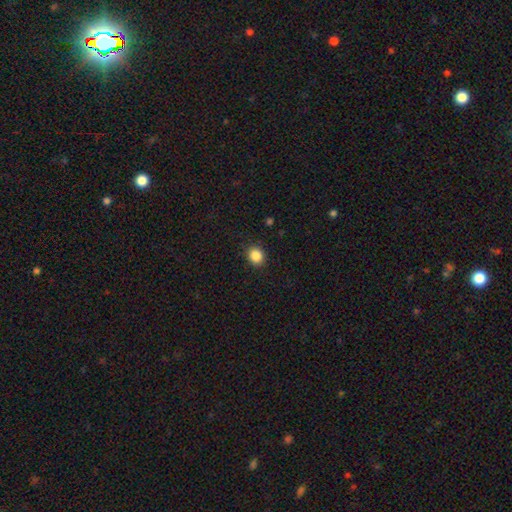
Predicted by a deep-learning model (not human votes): smooth_or_featured: smooth (p=0.86) [alt: star or artifact p=0.10]
how_rounded: round (p=0.74) [alt: in between p=0.25]
merging: none (p=0.90) [alt: minor disturbance p=0.07]